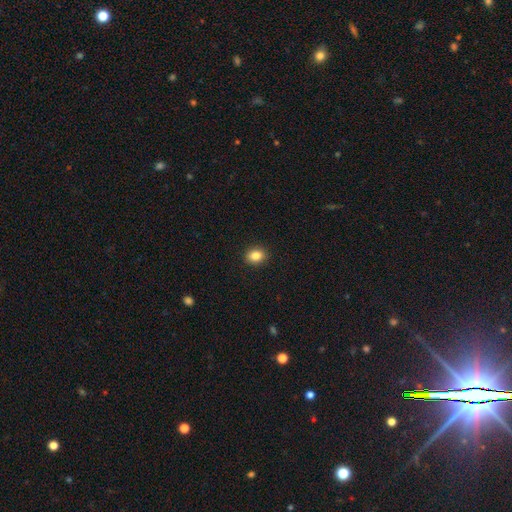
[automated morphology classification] smooth_or_featured: smooth (p=0.84) [alt: star or artifact p=0.10]
how_rounded: round (p=0.53) [alt: in between p=0.46]
merging: none (p=0.91) [alt: minor disturbance p=0.06]